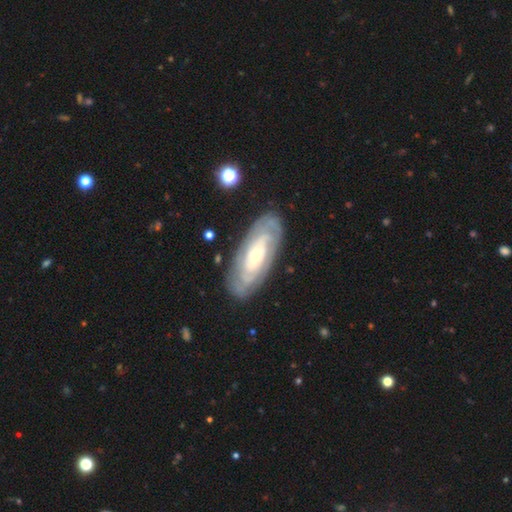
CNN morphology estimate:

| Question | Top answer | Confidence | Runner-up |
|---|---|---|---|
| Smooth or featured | featured or disk | 77% | smooth (17%) |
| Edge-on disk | no | 90% | yes (10%) |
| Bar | no | 70% | weak (20%) |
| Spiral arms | yes | 82% | no (18%) |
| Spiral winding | tight | 76% | medium (19%) |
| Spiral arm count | can't tell | 55% | 2 (22%) |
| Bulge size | small | 61% | moderate (34%) |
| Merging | none | 82% | minor disturbance (13%) |